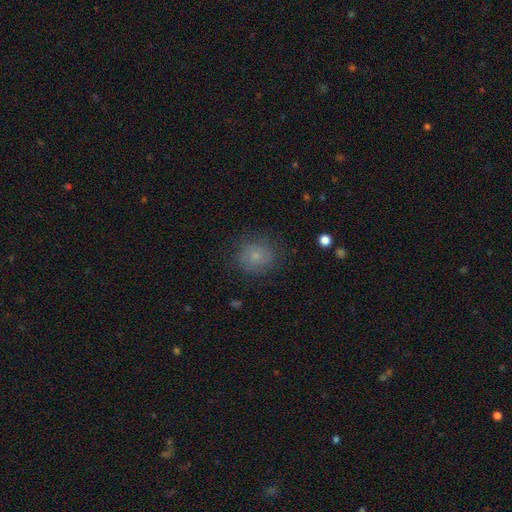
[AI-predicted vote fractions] smooth 77%, star or artifact 12%, featured or disk 11%. Down the decision tree: how rounded — round (84%); merging — none (80%).